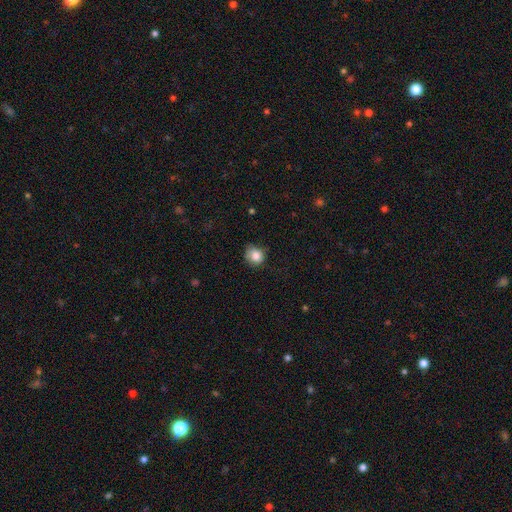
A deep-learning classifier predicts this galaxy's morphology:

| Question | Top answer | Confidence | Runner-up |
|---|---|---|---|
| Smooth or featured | smooth | 82% | star or artifact (9%) |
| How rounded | round | 79% | in between (20%) |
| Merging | none | 62% | minor disturbance (29%) |